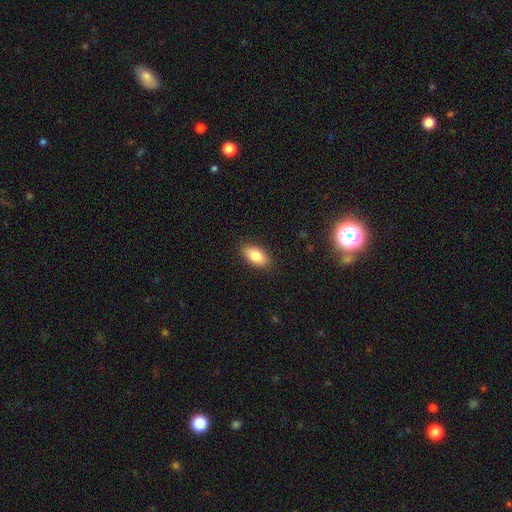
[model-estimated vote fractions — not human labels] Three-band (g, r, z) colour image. It shows a smooth galaxy with no disk features (85%) that is in between round and cigar-shaped (92%). Merging: none (88%).